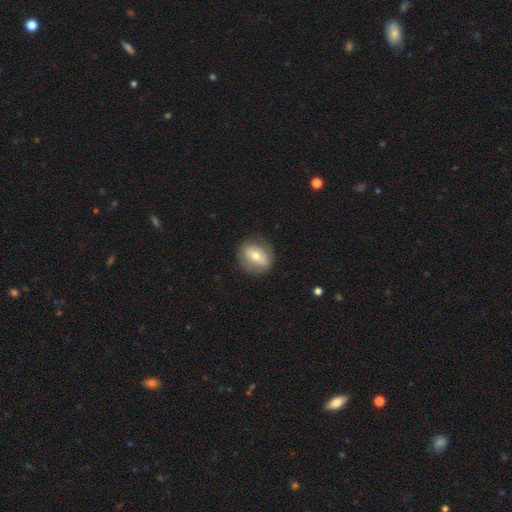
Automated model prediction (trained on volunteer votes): A smooth galaxy with no disk features (50%) that is round (61%).

Vote fractions:
- Smooth or featured? smooth: 50% / featured or disk: 42% / star or artifact: 8%
- How rounded? round: 61% / in between: 37% / cigar-shaped: 2%
- Merging? none: 80% / minor disturbance: 14% / major disturbance: 5% / merger: 1%